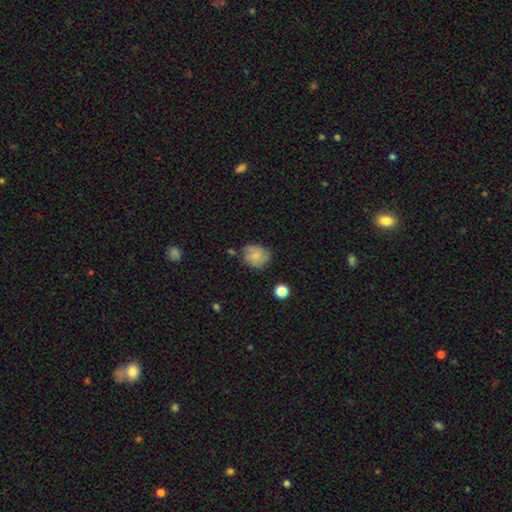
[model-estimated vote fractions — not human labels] This is likely a smooth galaxy (61%). How rounded: likely round (71%). Merging: likely none (69%).